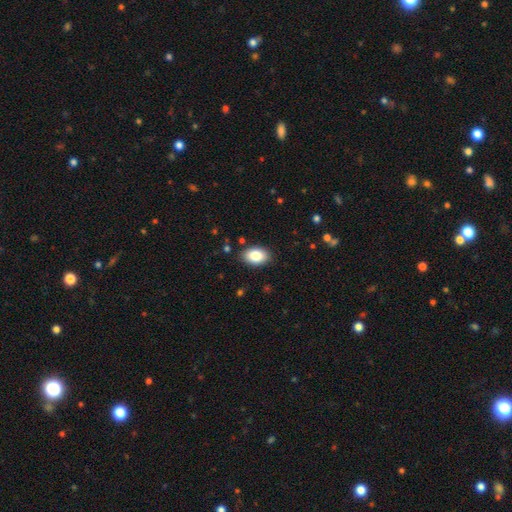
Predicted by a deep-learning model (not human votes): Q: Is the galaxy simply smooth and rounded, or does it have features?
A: smooth — 85%.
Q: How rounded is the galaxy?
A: in between — 89%.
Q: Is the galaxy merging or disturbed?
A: none — 87%.